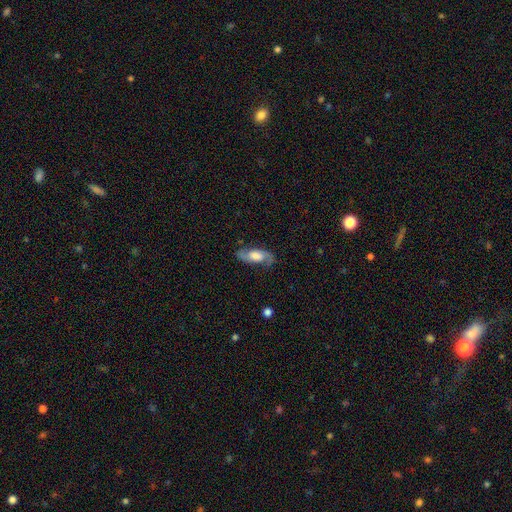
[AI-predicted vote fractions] Smooth or featured?
  - featured or disk: 66% *
  - smooth: 27%
  - star or artifact: 6%
Edge-on disk?
  - no: 87% *
  - yes: 13%
Bar?
  - no: 54% *
  - weak: 35%
  - strong: 11%
Spiral arms?
  - yes: 90% *
  - no: 10%
Spiral winding?
  - medium: 44% *
  - loose: 38%
  - tight: 18%
Spiral arm count?
  - 2: 88% *
  - can't tell: 6%
  - 1: 3%
  - 3: 1%
  - 4: 1%
  - more than 4: 1%
Bulge size?
  - large: 47% *
  - moderate: 32%
  - small: 9%
  - none: 7%
  - dominant: 5%
Merging?
  - none: 76% *
  - minor disturbance: 17%
  - major disturbance: 6%
  - merger: 1%